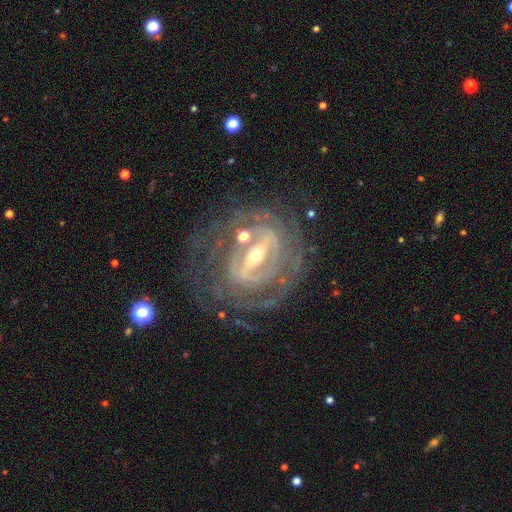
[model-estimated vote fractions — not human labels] featured or disk 89%, star or artifact 6%, smooth 5%. Down the decision tree: edge-on disk — no (94%); bar — strong (70%); spiral arms — yes (88%); spiral arm count — can't tell (39%); spiral winding — tight (69%); bulge size — small (54%); merging — none (66%).